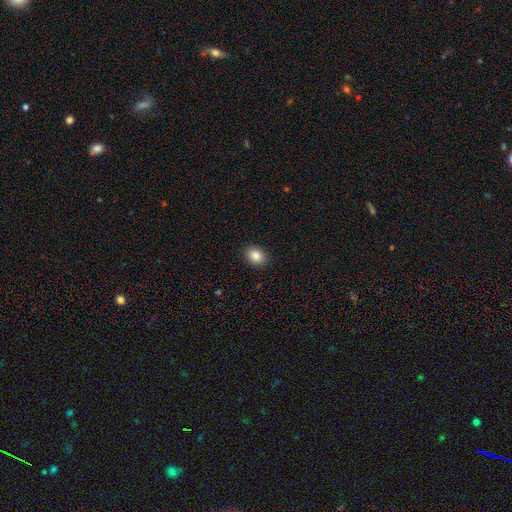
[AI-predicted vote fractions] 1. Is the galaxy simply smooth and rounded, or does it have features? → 86% smooth, 9% star or artifact, 5% featured or disk.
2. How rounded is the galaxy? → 61% in between, 38% round, 1% cigar-shaped.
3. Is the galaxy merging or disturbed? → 90% none, 7% minor disturbance, 2% major disturbance, 1% merger.